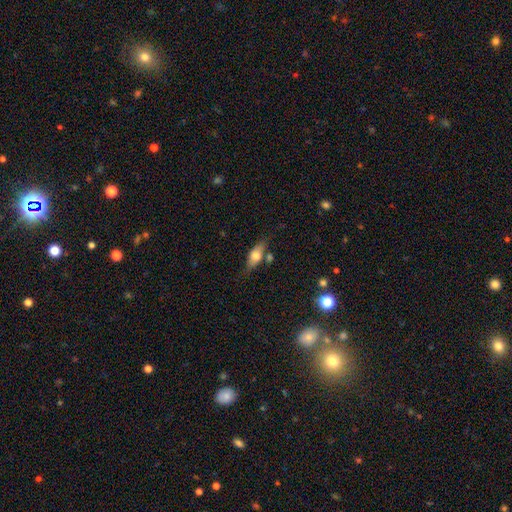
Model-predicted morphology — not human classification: Smooth or featured?
  - smooth: 61% *
  - featured or disk: 32%
  - star or artifact: 7%
How rounded?
  - in between: 74% *
  - cigar-shaped: 20%
  - round: 5%
Merging?
  - none: 64% *
  - minor disturbance: 20%
  - merger: 10%
  - major disturbance: 6%